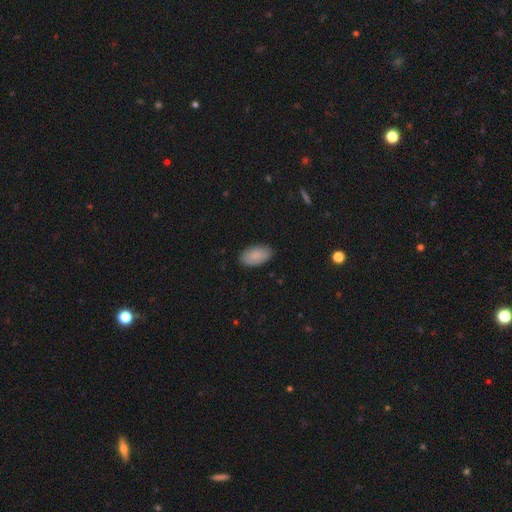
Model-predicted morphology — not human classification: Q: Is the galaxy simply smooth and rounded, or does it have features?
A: smooth — 89%.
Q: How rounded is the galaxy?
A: in between — 95%.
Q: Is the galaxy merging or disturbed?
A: none — 85%.